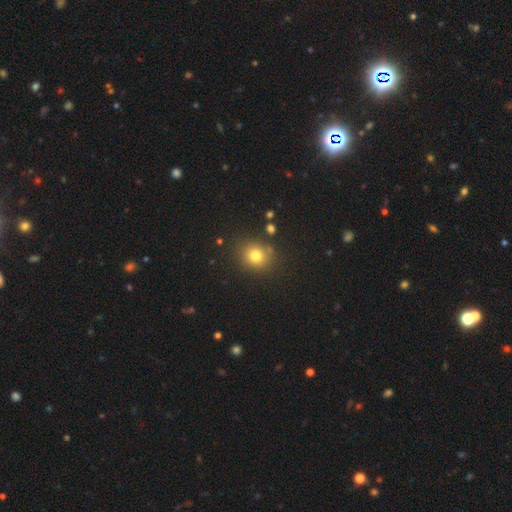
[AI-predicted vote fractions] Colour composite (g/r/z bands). It shows a smooth galaxy with no disk features (78%) that is round (78%). Merging: none (83%).